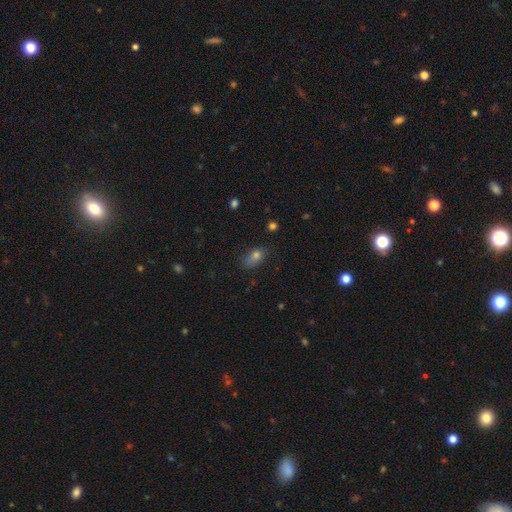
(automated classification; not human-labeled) This appears to be a smooth galaxy with no disk features (74%) that is in between round and cigar-shaped (83%). Merging: none (68%).